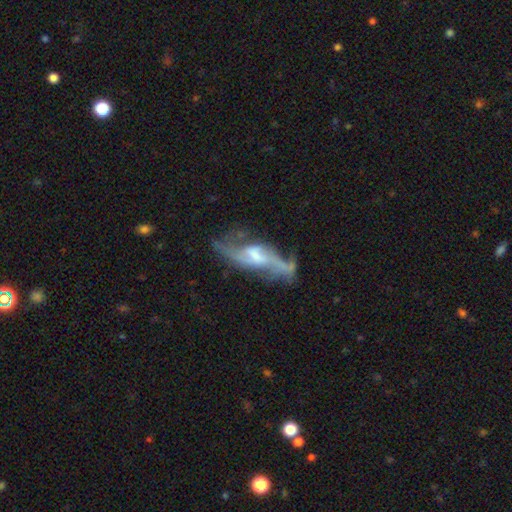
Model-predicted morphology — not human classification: A featured or disk galaxy (79%) with a weak bar (48%), 2 (78%) loose (67%) spiral arms (86%) and a moderate central bulge (45%).

Vote fractions:
- Smooth or featured? featured or disk: 79% / smooth: 14% / star or artifact: 7%
- Edge-on disk? no: 82% / yes: 18%
- Bar? weak: 48% / no: 33% / strong: 19%
- Spiral arms? yes: 86% / no: 14%
- Spiral winding? loose: 67% / medium: 25% / tight: 8%
- Spiral arm count? 2: 78% / can't tell: 12% / 1: 4% / 3: 3% / 4: 2% / more than 4: 2%
- Bulge size? moderate: 45% / small: 36% / none: 10% / large: 7% / dominant: 1%
- Merging? none: 48% / major disturbance: 22% / minor disturbance: 22% / merger: 8%